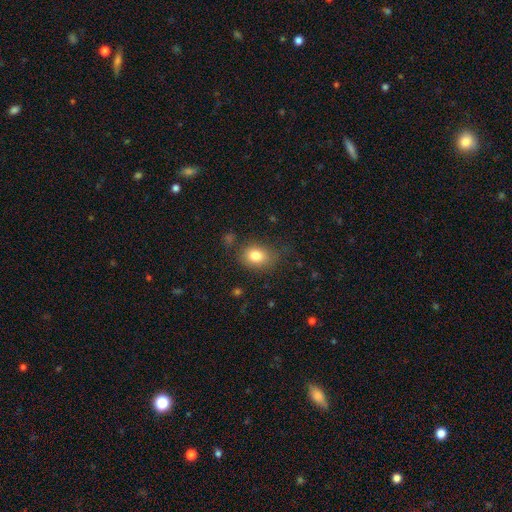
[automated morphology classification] type=smooth (81%); roundness=in between (60%); merging=none (71%).